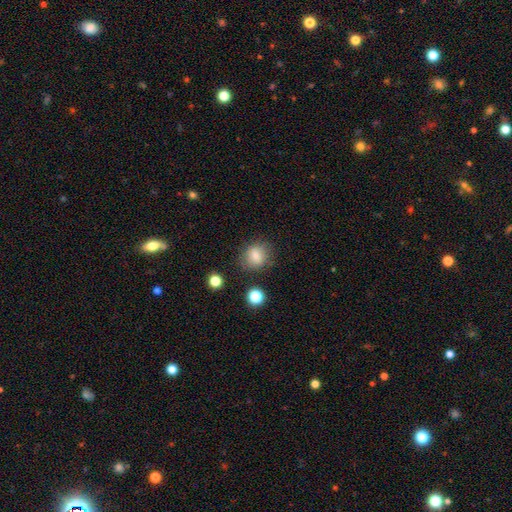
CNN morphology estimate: The model was most divided on "how rounded": round: 58%, in between: 40%, cigar-shaped: 1%. More confident: smooth or featured — smooth (81%); merging — none (77%).